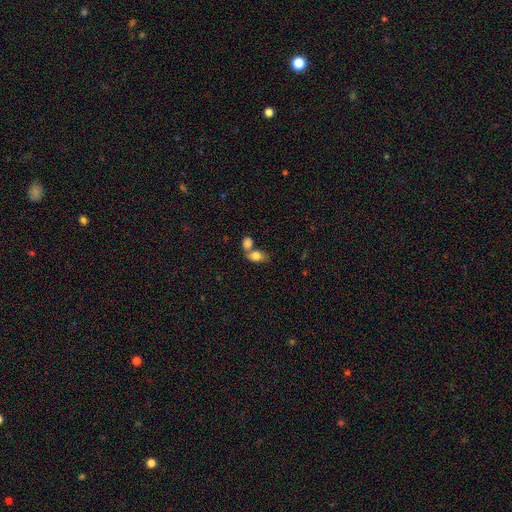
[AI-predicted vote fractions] Morphology: type=smooth (80%); roundness=in between (79%); merging=merger (54%).